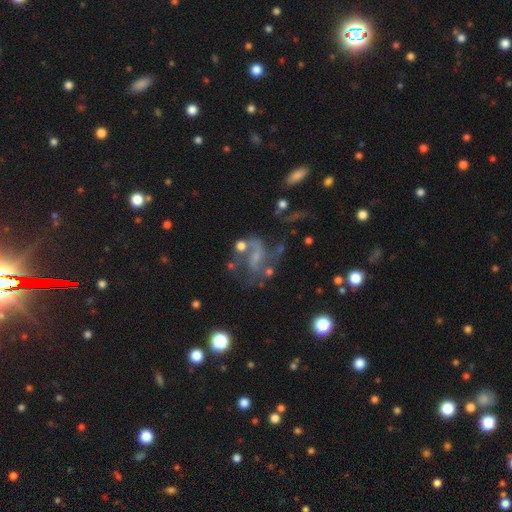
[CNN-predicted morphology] smooth_or_featured: featured or disk (p=0.70) [alt: smooth p=0.15]
disk_edge_on: no (p=0.97) [alt: yes p=0.03]
bar: weak (p=0.43) [alt: no p=0.40]
has_spiral_arms: yes (p=0.82) [alt: no p=0.18]
spiral_winding: loose (p=0.47) [alt: medium p=0.40]
spiral_arm_count: 2 (p=0.74) [alt: can't tell p=0.11]
bulge_size: small (p=0.39) [alt: none p=0.36]
merging: none (p=0.43) [alt: major disturbance p=0.26]